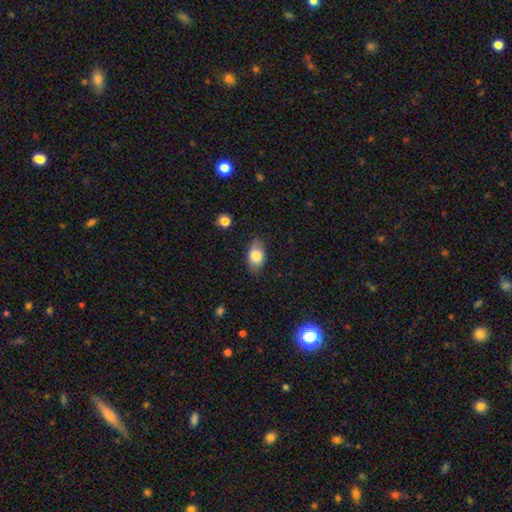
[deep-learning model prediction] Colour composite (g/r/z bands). It shows a smooth galaxy with no disk features (82%) that is in between round and cigar-shaped (89%). Merging: none (79%).